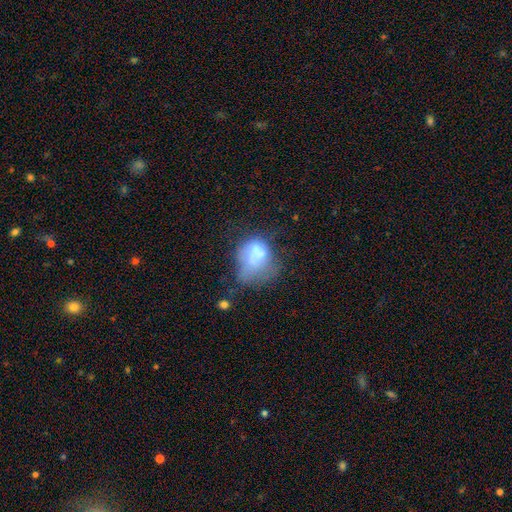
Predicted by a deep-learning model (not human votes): Smooth or featured?
  - smooth: 60% *
  - featured or disk: 30%
  - star or artifact: 11%
How rounded?
  - in between: 54% *
  - round: 45%
  - cigar-shaped: 1%
Merging?
  - major disturbance: 39% *
  - minor disturbance: 23%
  - none: 22%
  - merger: 16%